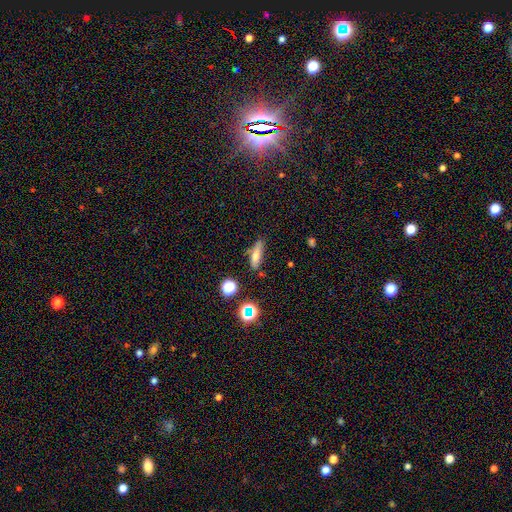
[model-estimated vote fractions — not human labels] Q: Smooth or featured?
A: smooth (63%); runner-up: featured or disk (23%)
Q: How rounded?
A: cigar-shaped (51%); runner-up: in between (44%)
Q: Merging?
A: none (70%); runner-up: minor disturbance (20%)